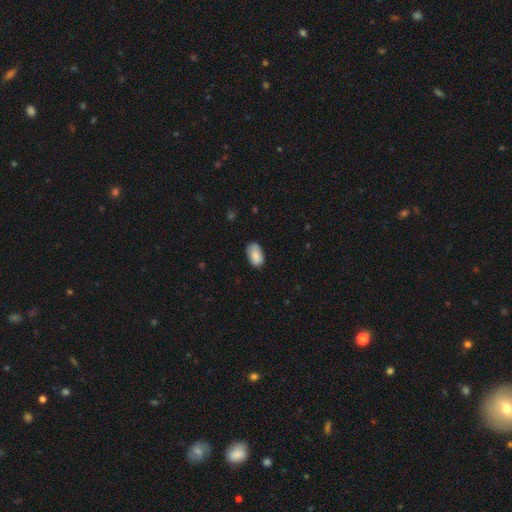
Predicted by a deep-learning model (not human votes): Smooth or featured? Predicted: smooth (p=0.85). How rounded? Predicted: in between (p=0.93). Merging? Predicted: none (p=0.65).